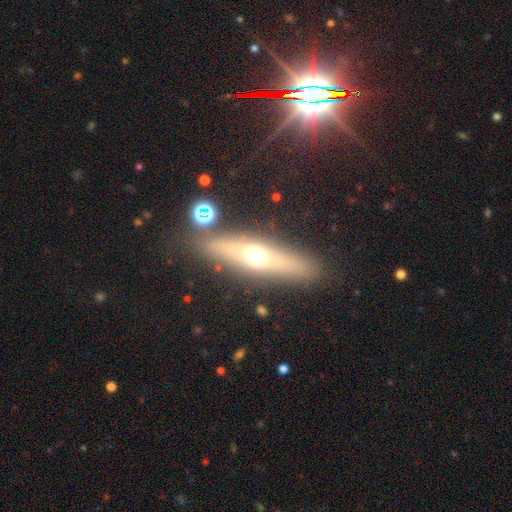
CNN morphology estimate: A featured or disk galaxy (48%).

Vote fractions:
- Smooth or featured? featured or disk: 48% / smooth: 42% / star or artifact: 10%
- Merging? none: 83% / minor disturbance: 10% / merger: 4% / major disturbance: 4%